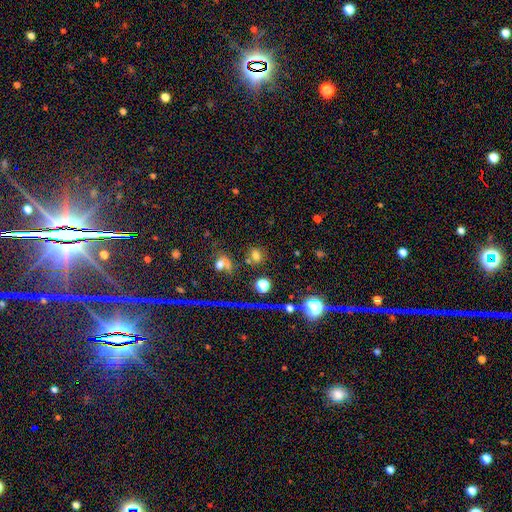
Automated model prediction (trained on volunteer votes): Smooth or featured?
  - smooth: 68% *
  - star or artifact: 22%
  - featured or disk: 10%
How rounded?
  - round: 63% *
  - in between: 35%
  - cigar-shaped: 2%
Merging?
  - none: 70% *
  - merger: 12%
  - minor disturbance: 11%
  - major disturbance: 6%